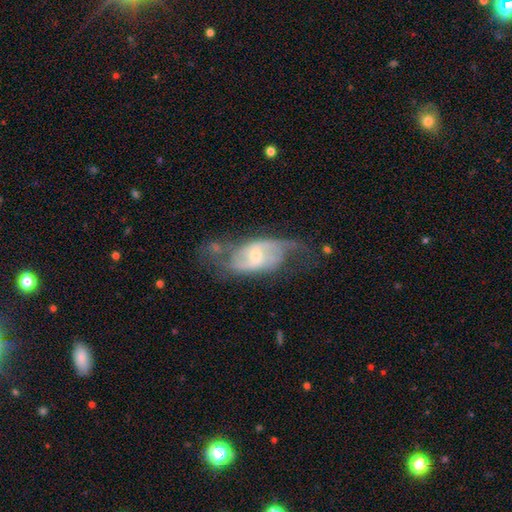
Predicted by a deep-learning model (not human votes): This appears to be a featured or disk galaxy (82%) with a weak bar (52%), 2 (81%) loose (44%) spiral arms (92%) and a small central bulge (56%). Merging: none (55%).